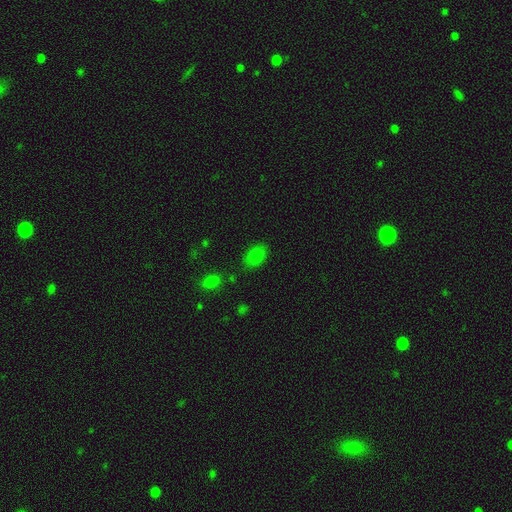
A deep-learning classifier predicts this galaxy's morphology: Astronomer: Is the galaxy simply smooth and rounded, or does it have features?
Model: smooth — 82%.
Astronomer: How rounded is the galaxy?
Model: in between — 88%.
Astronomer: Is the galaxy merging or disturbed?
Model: none — 77%.